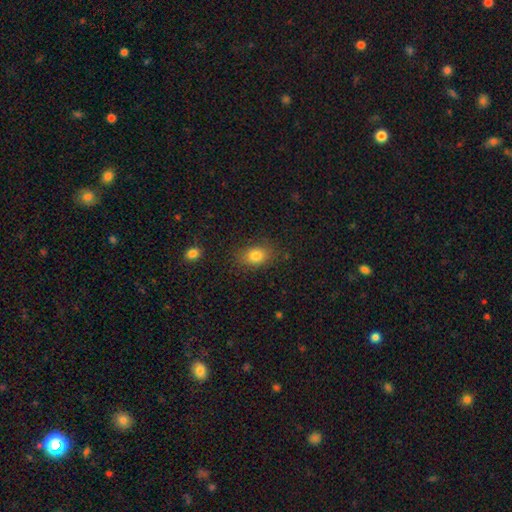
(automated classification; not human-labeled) Q: Smooth or featured?
A: smooth (80%); runner-up: star or artifact (11%)
Q: How rounded?
A: in between (70%); runner-up: round (29%)
Q: Merging?
A: none (81%); runner-up: minor disturbance (13%)